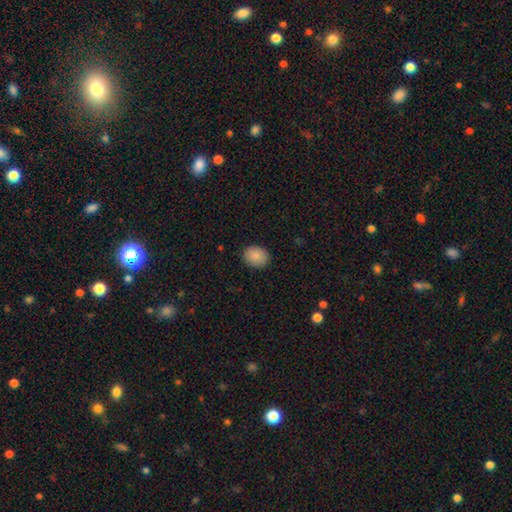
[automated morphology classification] This is clearly a smooth galaxy (88%). How rounded: possibly round (50%). Merging: clearly none (89%).